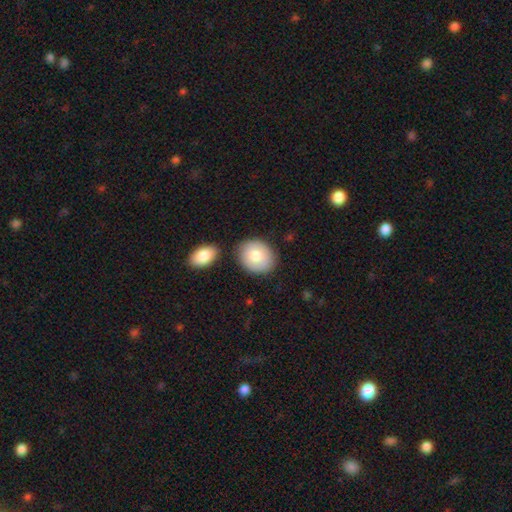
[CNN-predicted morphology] Smooth or featured?
  - smooth: 78% *
  - featured or disk: 16%
  - star or artifact: 7%
How rounded?
  - round: 53% *
  - in between: 46%
  - cigar-shaped: 1%
Merging?
  - none: 74% *
  - minor disturbance: 13%
  - merger: 10%
  - major disturbance: 3%